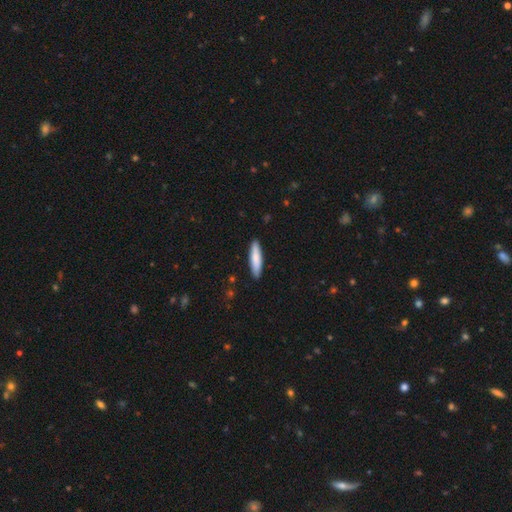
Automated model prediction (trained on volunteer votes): Smooth or featured: smooth — 80% (featured or disk — 14%)
How rounded: cigar-shaped — 77% (in between — 22%)
Merging: none — 90% (minor disturbance — 8%)